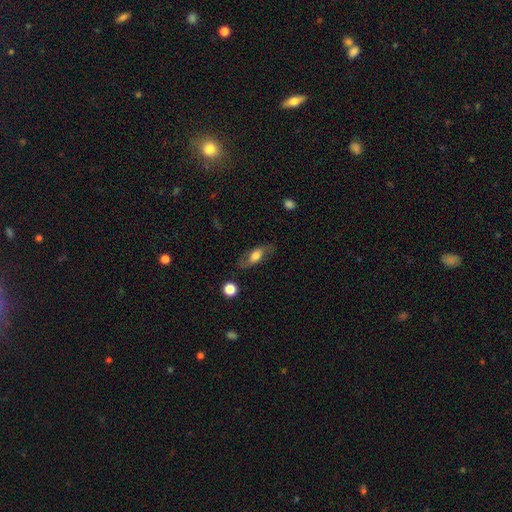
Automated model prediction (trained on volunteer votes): smooth 56%, featured or disk 36%, star or artifact 8%. Down the decision tree: how rounded — in between (72%); merging — none (73%).